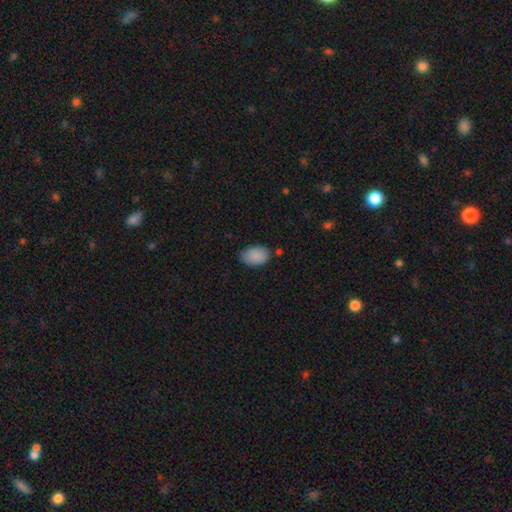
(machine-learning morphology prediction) smooth-or-featured: smooth: 89% | star or artifact: 7% | featured or disk: 4%
  how-rounded: in between: 89% | round: 10% | cigar-shaped: 1%
  merging: none: 76% | minor disturbance: 18% | major disturbance: 3% | merger: 3%